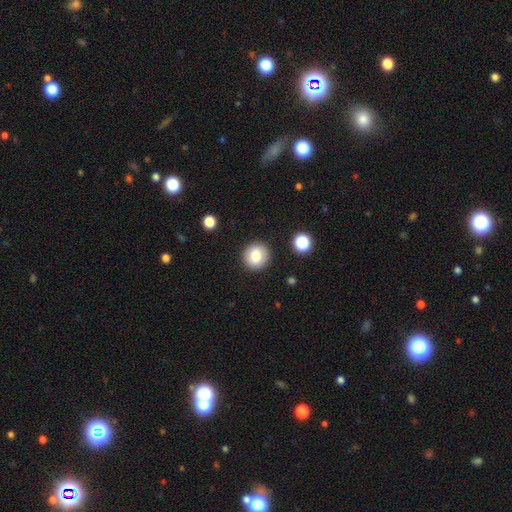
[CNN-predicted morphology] This is likely a smooth galaxy (79%). How rounded: clearly round (90%). Merging: clearly none (90%).